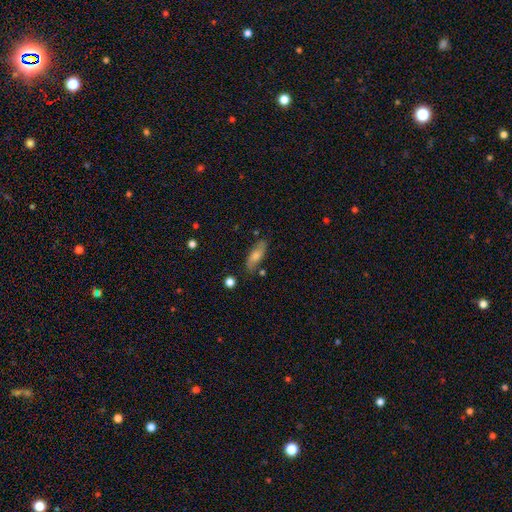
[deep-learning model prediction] Q: Smooth or featured?
A: smooth (66%); runner-up: featured or disk (27%)
Q: How rounded?
A: in between (71%); runner-up: cigar-shaped (26%)
Q: Merging?
A: none (75%); runner-up: minor disturbance (17%)